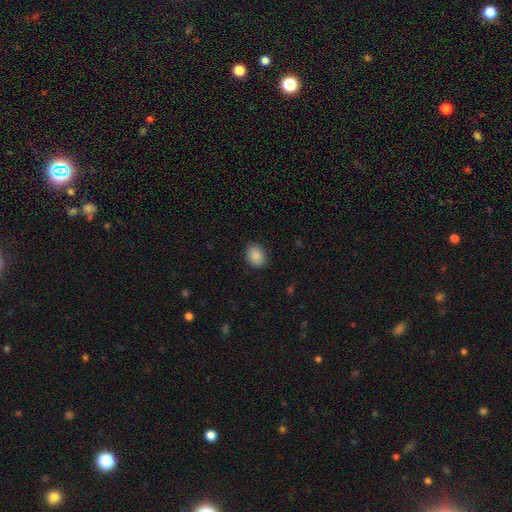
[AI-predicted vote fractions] Smooth or featured?
  - smooth: 89% *
  - star or artifact: 8%
  - featured or disk: 4%
How rounded?
  - in between: 55% *
  - round: 45%
  - cigar-shaped: 1%
Merging?
  - none: 87% *
  - minor disturbance: 10%
  - major disturbance: 2%
  - merger: 1%